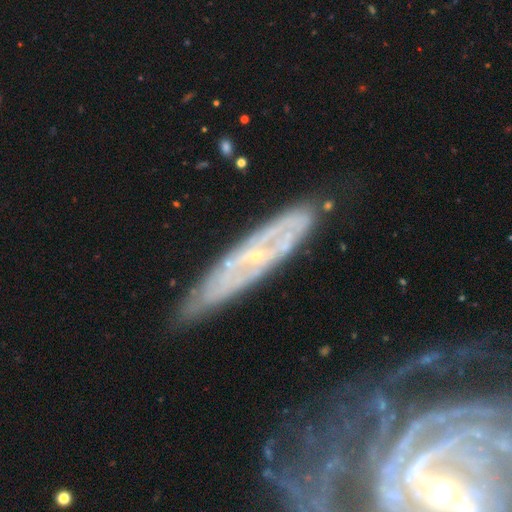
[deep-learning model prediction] The model was most divided on "bar": no: 47%, weak: 33%, strong: 19%. More confident: spiral arms — yes (82%); bulge size — small (79%); smooth or featured — featured or disk (79%); merging — none (72%); edge-on disk — no (72%).